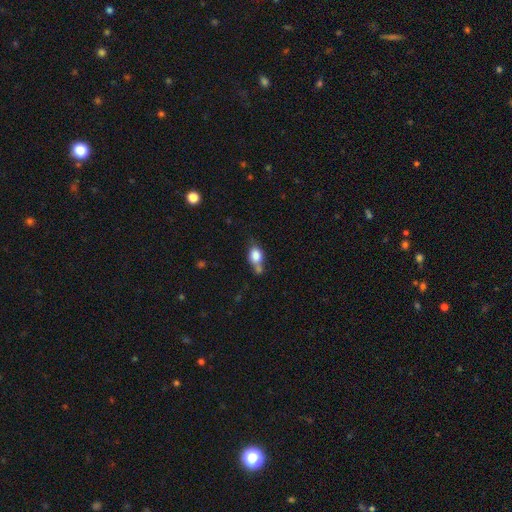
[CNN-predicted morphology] type=smooth (80%); roundness=in between (66%); merging=none (39%).